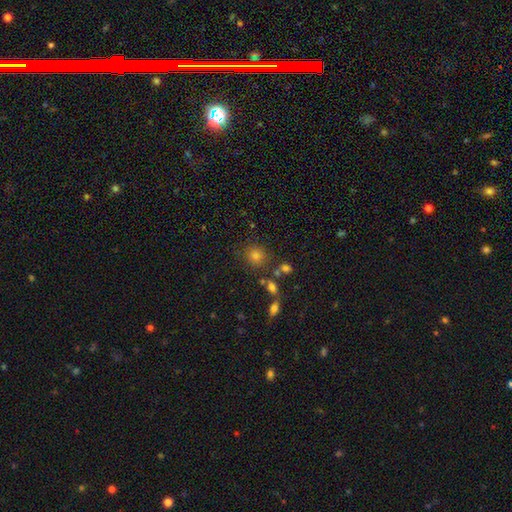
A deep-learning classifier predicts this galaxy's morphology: Q: Smooth or featured?
A: smooth (73%); runner-up: star or artifact (19%)
Q: How rounded?
A: round (87%); runner-up: in between (12%)
Q: Merging?
A: none (78%); runner-up: minor disturbance (10%)